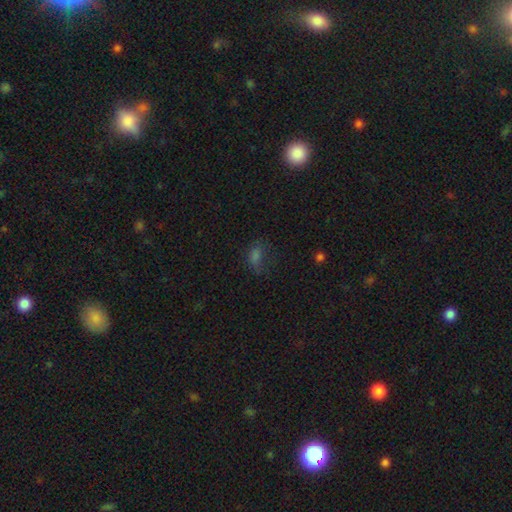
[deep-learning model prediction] Smooth or featured? smooth (60%)
How rounded? in between (76%)
Merging? none (49%)